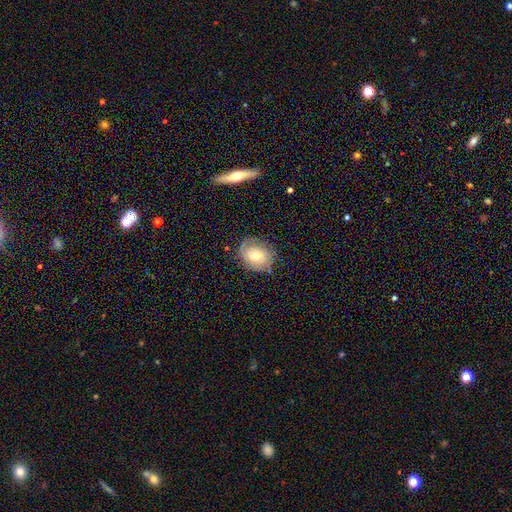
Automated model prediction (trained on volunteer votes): smooth_or_featured: featured or disk (p=0.62) [alt: smooth p=0.30]
disk_edge_on: no (p=0.95) [alt: yes p=0.05]
bar: no (p=0.73) [alt: weak p=0.22]
has_spiral_arms: yes (p=0.85) [alt: no p=0.15]
spiral_winding: tight (p=0.60) [alt: medium p=0.28]
spiral_arm_count: 2 (p=0.47) [alt: can't tell p=0.25]
bulge_size: moderate (p=0.58) [alt: small p=0.35]
merging: none (p=0.72) [alt: minor disturbance p=0.18]